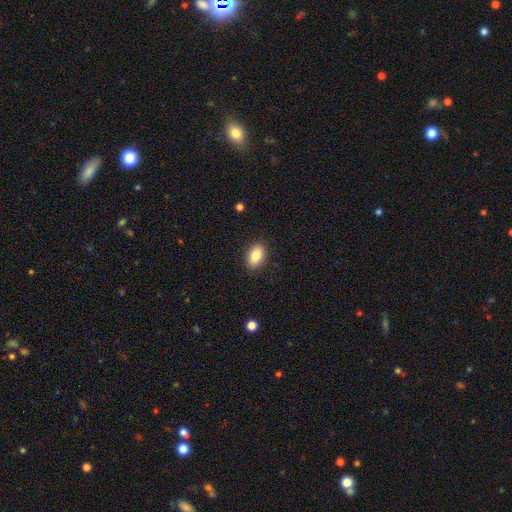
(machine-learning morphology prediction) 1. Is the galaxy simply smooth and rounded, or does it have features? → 84% smooth, 8% featured or disk, 8% star or artifact.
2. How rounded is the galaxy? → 88% in between, 11% round, 2% cigar-shaped.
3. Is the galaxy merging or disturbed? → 88% none, 9% minor disturbance, 2% major disturbance, 1% merger.